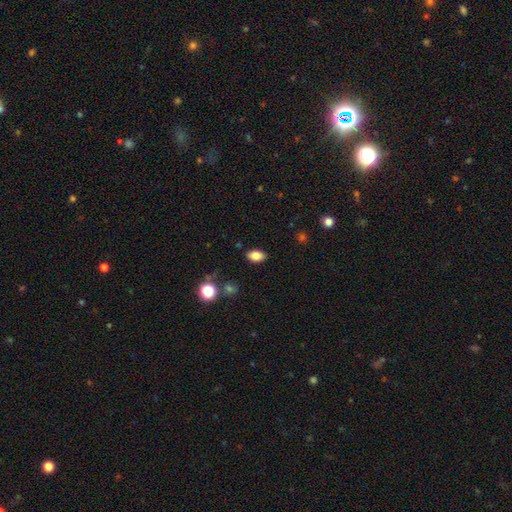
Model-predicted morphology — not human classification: The model was most divided on "smooth or featured": smooth: 83%, star or artifact: 10%, featured or disk: 8%. More confident: how rounded — in between (89%); merging — none (86%).